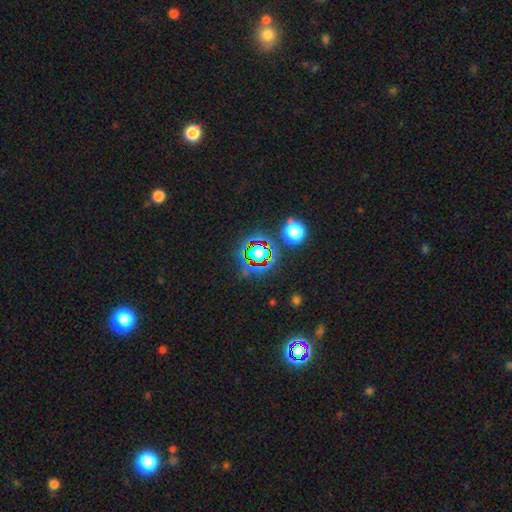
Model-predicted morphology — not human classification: star or artifact 79%, smooth 13%, featured or disk 8%.